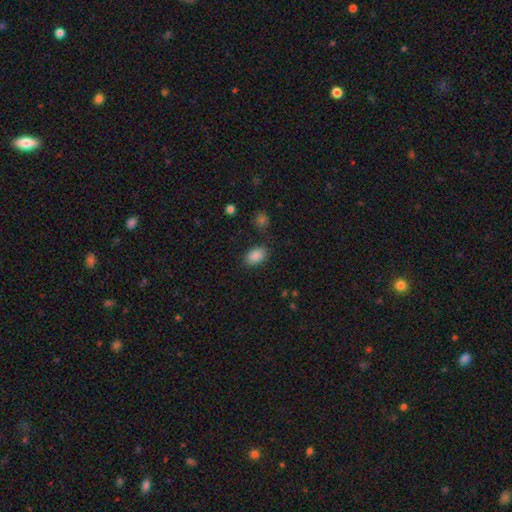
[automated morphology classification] type=smooth (87%); roundness=in between (87%); merging=none (83%).